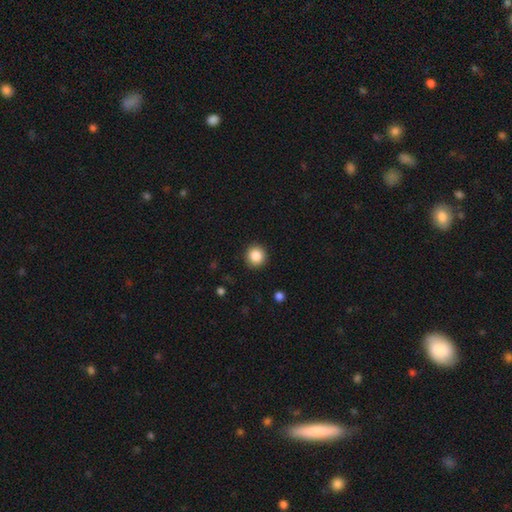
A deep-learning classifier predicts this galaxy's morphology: smooth 87%, star or artifact 9%, featured or disk 4%. Down the decision tree: how rounded — round (94%); merging — none (92%).